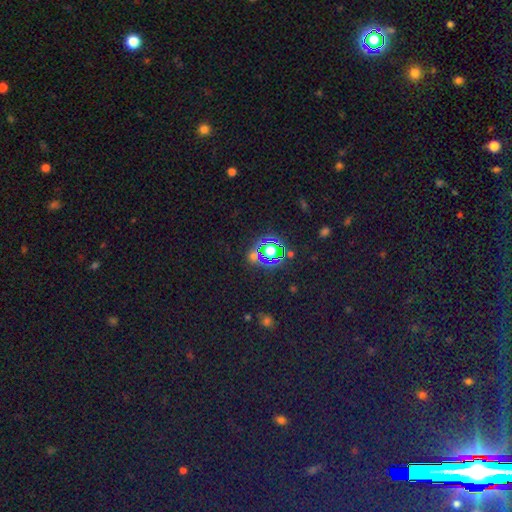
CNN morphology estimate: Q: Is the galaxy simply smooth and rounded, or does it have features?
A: star or artifact — 72%.